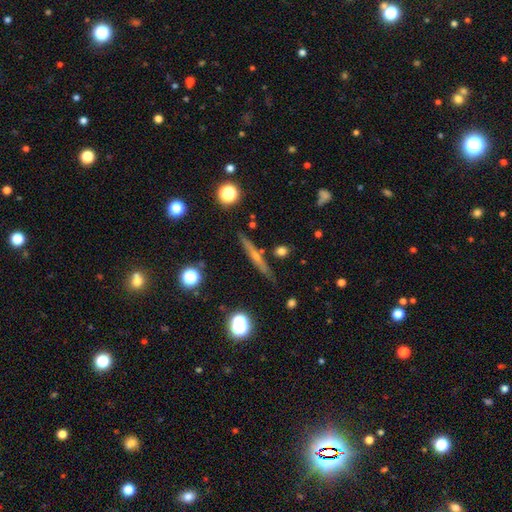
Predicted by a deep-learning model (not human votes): smooth_or_featured: featured or disk (p=0.61) [alt: smooth p=0.28]
disk_edge_on: yes (p=0.96) [alt: no p=0.04]
edge_on_bulge: rounded (p=0.60) [alt: none p=0.35]
merging: none (p=0.87) [alt: minor disturbance p=0.08]